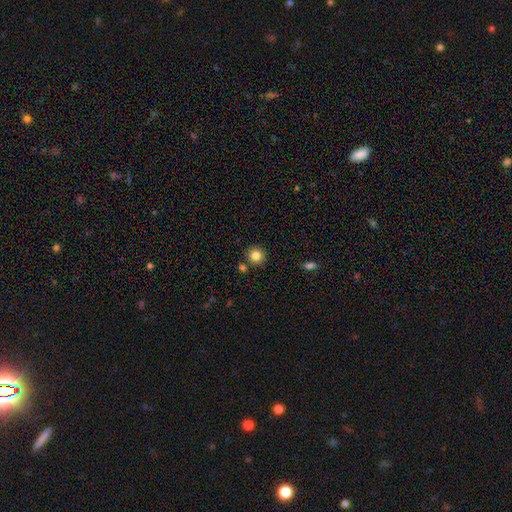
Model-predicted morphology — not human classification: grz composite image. It shows a smooth galaxy with no disk features (83%) that is round (92%). Merging: none (85%).